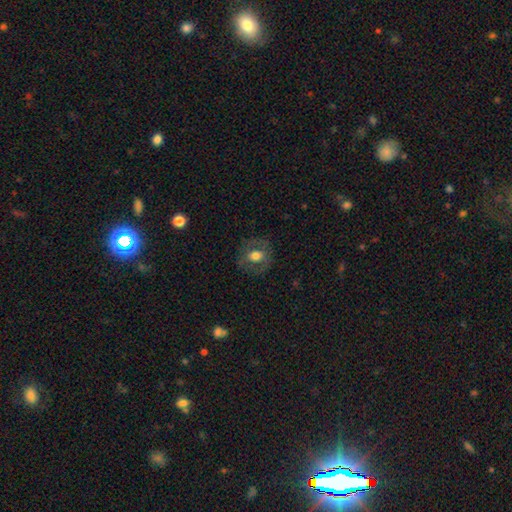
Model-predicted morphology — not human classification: smooth_or_featured: smooth (p=0.56) [alt: featured or disk p=0.36]
how_rounded: round (p=0.70) [alt: in between p=0.29]
merging: none (p=0.79) [alt: minor disturbance p=0.13]